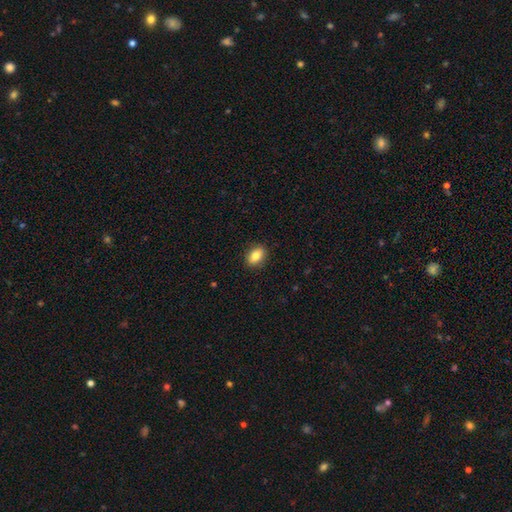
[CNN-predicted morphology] The model was most divided on "how rounded": in between: 79%, round: 18%, cigar-shaped: 3%. More confident: merging — none (89%); smooth or featured — smooth (80%).